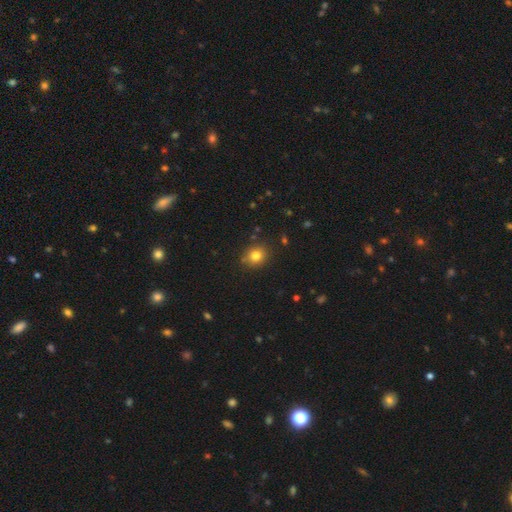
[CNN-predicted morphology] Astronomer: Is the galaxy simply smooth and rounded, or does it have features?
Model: smooth — 80%.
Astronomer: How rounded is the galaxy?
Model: round — 77%.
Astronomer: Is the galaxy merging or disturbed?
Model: none — 84%.